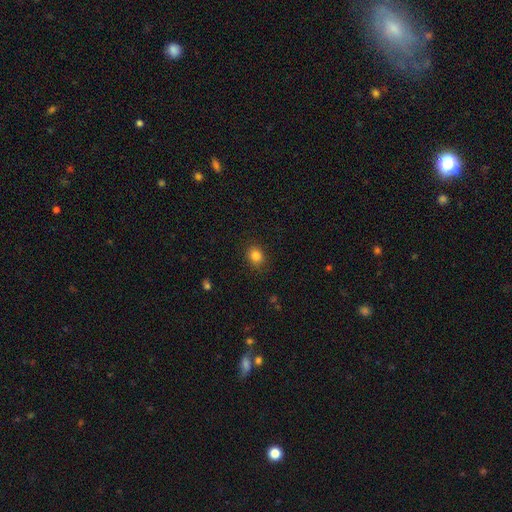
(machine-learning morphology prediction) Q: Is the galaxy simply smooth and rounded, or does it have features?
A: smooth — 84%.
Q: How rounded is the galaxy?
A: round — 63%.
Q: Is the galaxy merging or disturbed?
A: none — 87%.